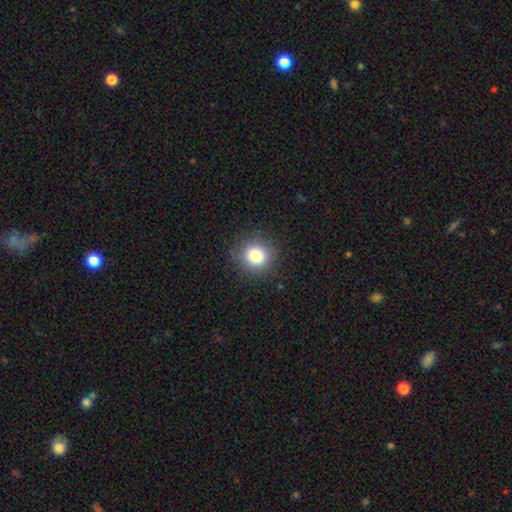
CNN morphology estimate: This appears to be a smooth galaxy with no disk features (80%) that is round (90%). Merging: none (88%).